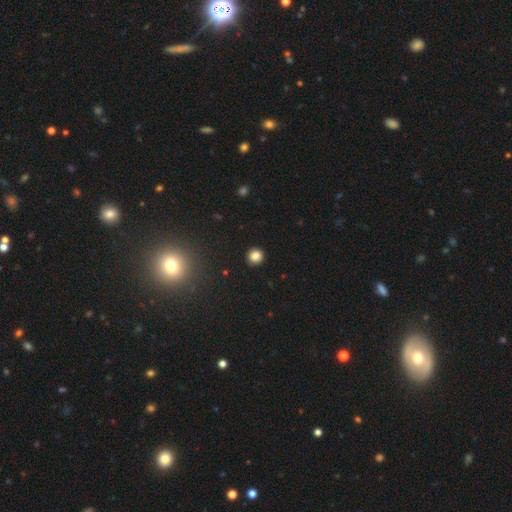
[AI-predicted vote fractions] smooth_or_featured: smooth (p=0.84) [alt: star or artifact p=0.12]
how_rounded: round (p=0.92) [alt: in between p=0.07]
merging: none (p=0.92) [alt: minor disturbance p=0.05]